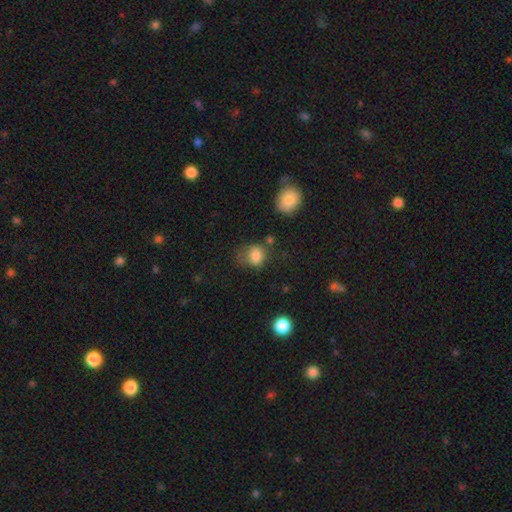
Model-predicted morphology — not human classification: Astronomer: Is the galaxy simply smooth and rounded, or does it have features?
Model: smooth — 81%.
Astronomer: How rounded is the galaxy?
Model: in between — 52% (runner-up: round, 47%).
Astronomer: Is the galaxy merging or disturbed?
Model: none — 44% (runner-up: minor disturbance, 30%).